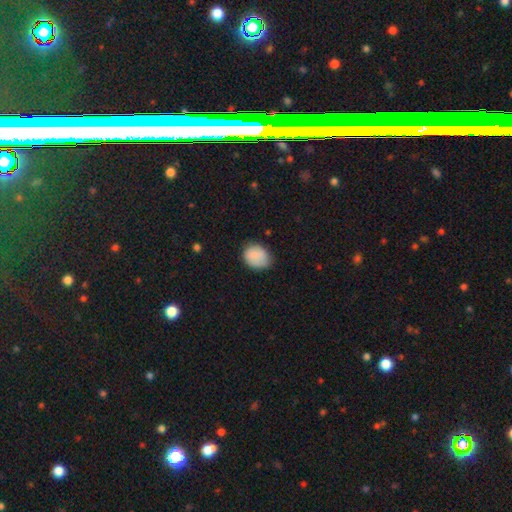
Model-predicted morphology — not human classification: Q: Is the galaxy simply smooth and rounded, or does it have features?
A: smooth — 85%.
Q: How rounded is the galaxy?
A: in between — 54%.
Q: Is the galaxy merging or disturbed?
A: none — 66%.